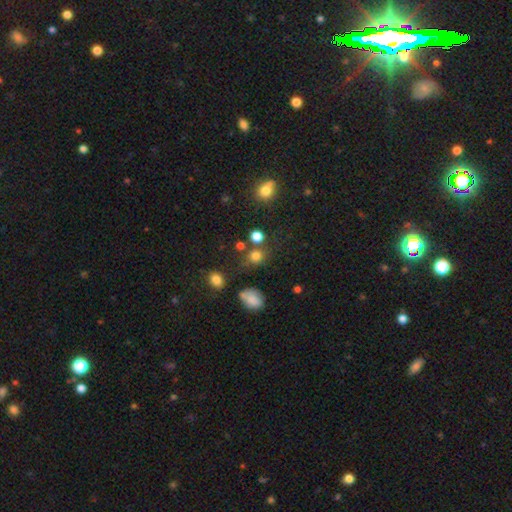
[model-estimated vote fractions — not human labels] A smooth galaxy with no disk features (77%) that is round (81%).

Vote fractions:
- Smooth or featured? smooth: 77% / star or artifact: 17% / featured or disk: 6%
- How rounded? round: 81% / in between: 18% / cigar-shaped: 1%
- Merging? none: 68% / merger: 13% / minor disturbance: 13% / major disturbance: 6%